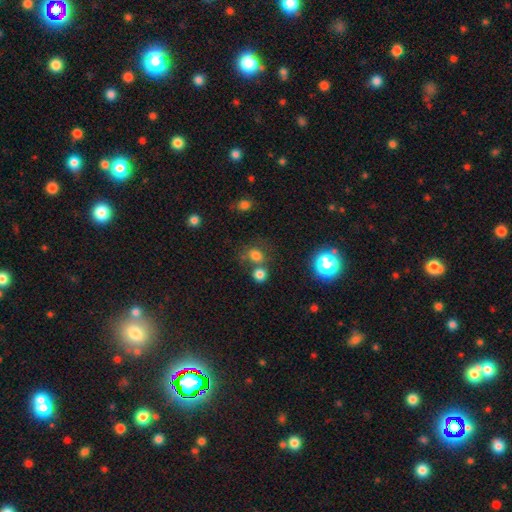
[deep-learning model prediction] This is likely a smooth galaxy (73%). How rounded: likely round (69%). Merging: possibly none (53%).